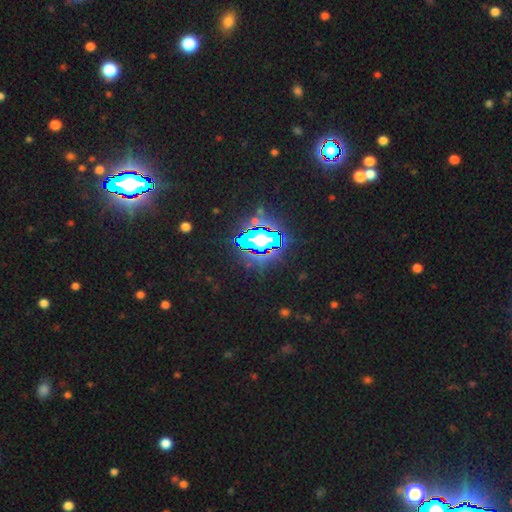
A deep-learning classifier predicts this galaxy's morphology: Smooth or featured? Predicted: star or artifact (p=0.83).